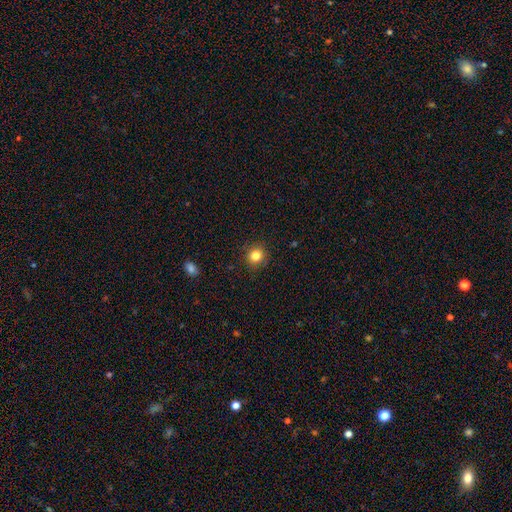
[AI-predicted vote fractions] Q: Smooth or featured?
A: smooth (83%); runner-up: star or artifact (12%)
Q: How rounded?
A: round (89%); runner-up: in between (10%)
Q: Merging?
A: none (90%); runner-up: minor disturbance (7%)